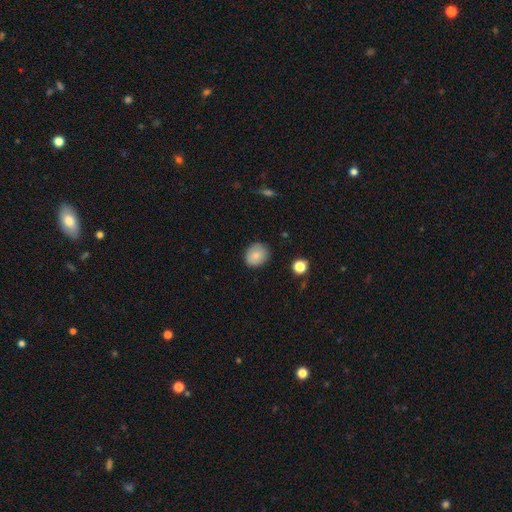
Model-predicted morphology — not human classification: A smooth galaxy with no disk features (83%) that is round (65%). Merging: none (84%).